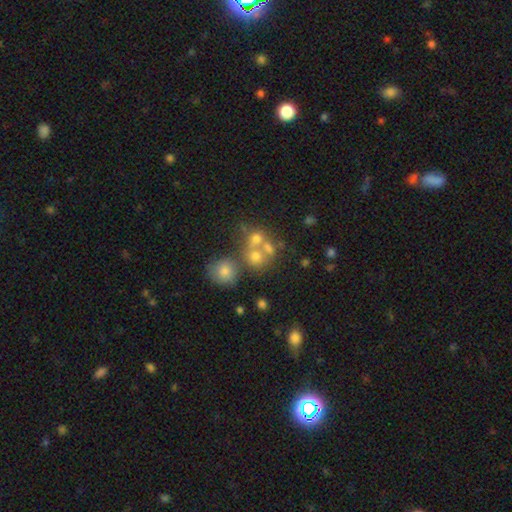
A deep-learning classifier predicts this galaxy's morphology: Smooth or featured? smooth (57%)
How rounded? round (77%)
Merging? merger (45%)